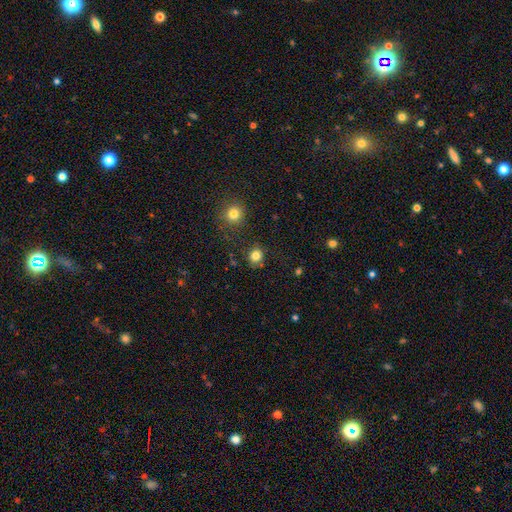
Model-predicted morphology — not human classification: smooth-or-featured: smooth: 82% | star or artifact: 13% | featured or disk: 5%
  how-rounded: round: 83% | in between: 16% | cigar-shaped: 1%
  merging: none: 83% | minor disturbance: 11% | major disturbance: 3% | merger: 3%